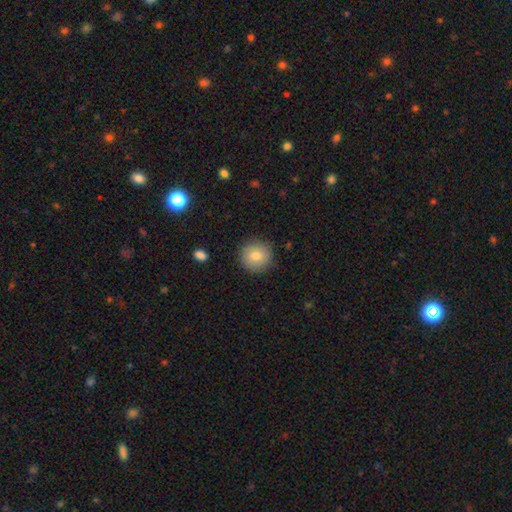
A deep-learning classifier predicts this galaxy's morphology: The model was most divided on "smooth or featured": smooth: 81%, featured or disk: 10%, star or artifact: 9%. More confident: how rounded — round (94%); merging — none (90%).